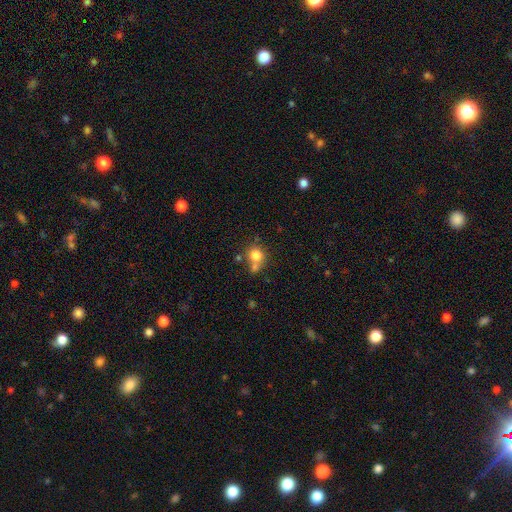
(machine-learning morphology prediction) Smooth or featured?
  - smooth: 78% *
  - star or artifact: 11%
  - featured or disk: 11%
How rounded?
  - round: 83% *
  - in between: 16%
  - cigar-shaped: 1%
Merging?
  - none: 50% *
  - merger: 33%
  - minor disturbance: 12%
  - major disturbance: 5%